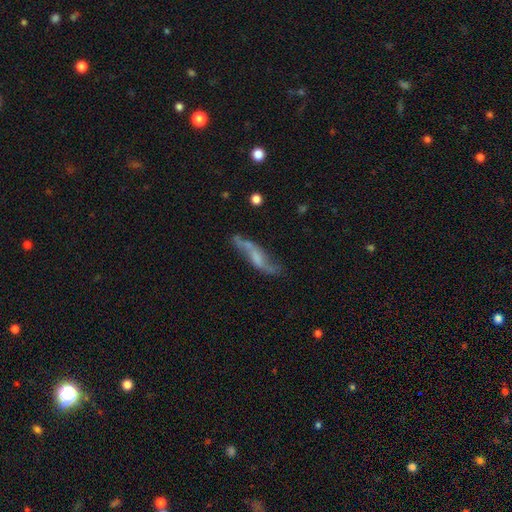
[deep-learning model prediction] smooth_or_featured: featured or disk (p=0.68) [alt: smooth p=0.23]
disk_edge_on: no (p=0.69) [alt: yes p=0.31]
merging: none (p=0.61) [alt: minor disturbance p=0.23]